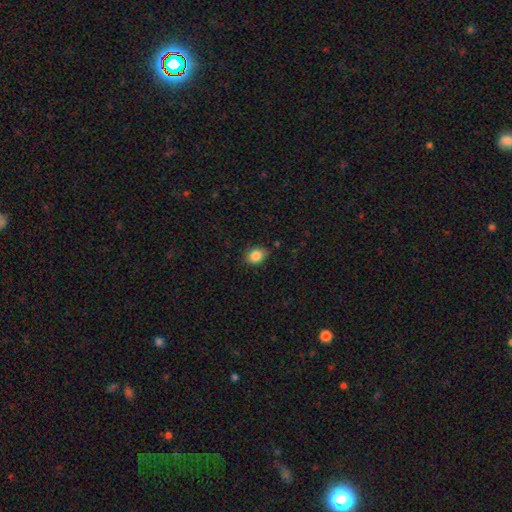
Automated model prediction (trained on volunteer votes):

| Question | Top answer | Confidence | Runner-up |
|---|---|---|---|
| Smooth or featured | smooth | 86% | star or artifact (9%) |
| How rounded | in between | 62% | round (37%) |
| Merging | none | 82% | minor disturbance (14%) |